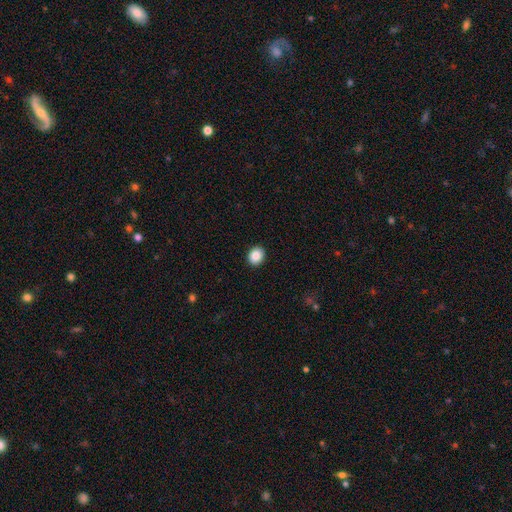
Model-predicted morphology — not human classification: A smooth galaxy with no disk features (87%) that is round (67%).

Vote fractions:
- Smooth or featured? smooth: 87% / star or artifact: 9% / featured or disk: 4%
- How rounded? round: 67% / in between: 33% / cigar-shaped: 1%
- Merging? none: 92% / minor disturbance: 5% / major disturbance: 2% / merger: 1%